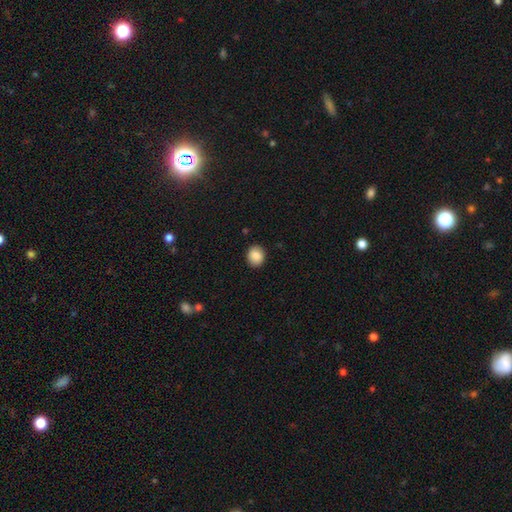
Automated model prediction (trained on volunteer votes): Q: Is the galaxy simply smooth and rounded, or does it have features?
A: smooth — 88%.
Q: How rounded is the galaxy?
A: round — 70%.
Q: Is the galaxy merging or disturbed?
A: none — 89%.